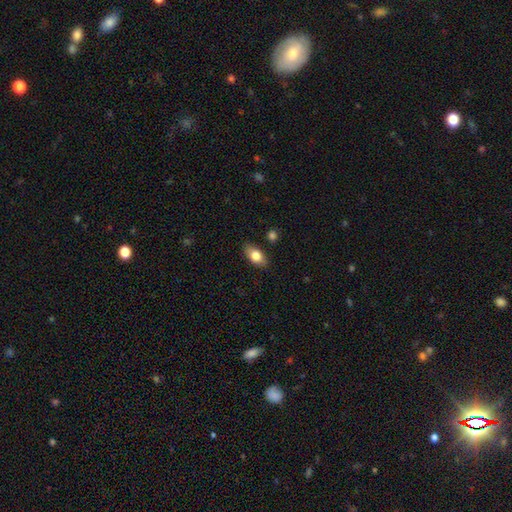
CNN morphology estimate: type=smooth (79%); roundness=in between (88%); merging=none (85%).